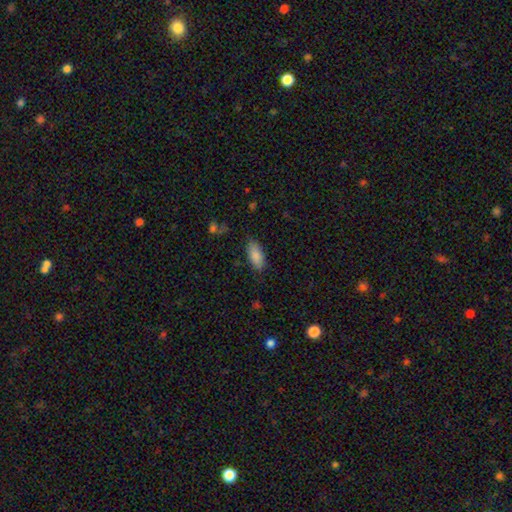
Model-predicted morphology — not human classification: The model was most divided on "merging": none: 82%, minor disturbance: 14%, major disturbance: 3%, merger: 1%. More confident: how rounded — in between (89%); smooth or featured — smooth (87%).